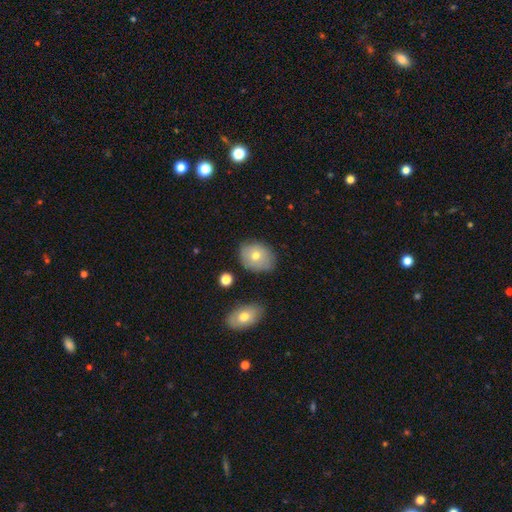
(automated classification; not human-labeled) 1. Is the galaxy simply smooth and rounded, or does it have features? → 66% smooth, 26% featured or disk, 8% star or artifact.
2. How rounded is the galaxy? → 57% in between, 42% round, 1% cigar-shaped.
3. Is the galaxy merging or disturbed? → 72% none, 21% minor disturbance, 4% major disturbance, 3% merger.